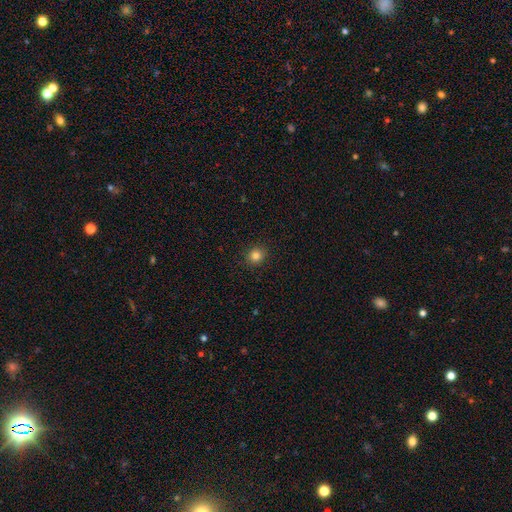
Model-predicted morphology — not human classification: A smooth galaxy with no disk features (82%) that is round (89%).

Vote fractions:
- Smooth or featured? smooth: 82% / star or artifact: 13% / featured or disk: 5%
- How rounded? round: 89% / in between: 10% / cigar-shaped: 1%
- Merging? none: 91% / minor disturbance: 6% / major disturbance: 2% / merger: 1%